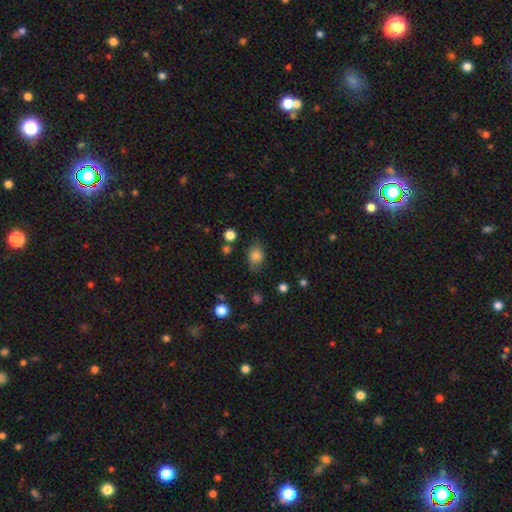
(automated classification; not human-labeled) Smooth or featured? smooth (74%)
How rounded? in between (60%)
Merging? none (63%)